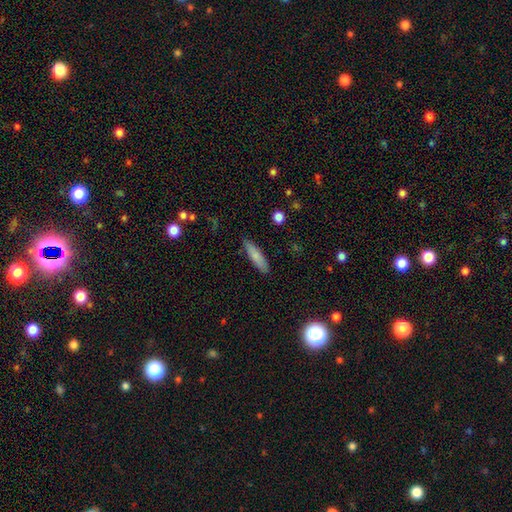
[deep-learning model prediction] The model was most divided on "how rounded": cigar-shaped: 74%, in between: 24%, round: 2%. More confident: merging — none (85%); smooth or featured — smooth (80%).